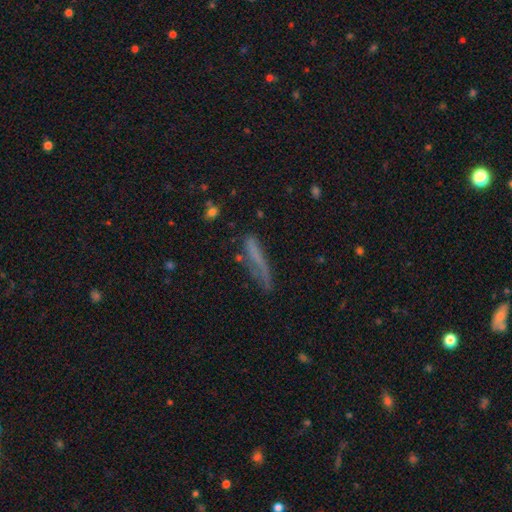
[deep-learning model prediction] smooth 58%, featured or disk 32%, star or artifact 11%. Down the decision tree: how rounded — cigar-shaped (86%); merging — none (53%).